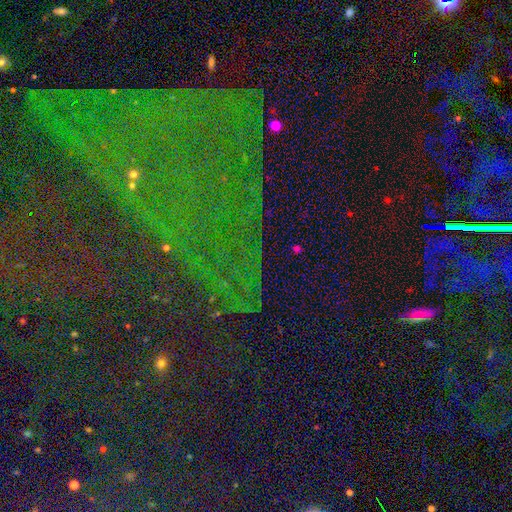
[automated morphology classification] Q: Smooth or featured?
A: star or artifact (85%); runner-up: smooth (8%)